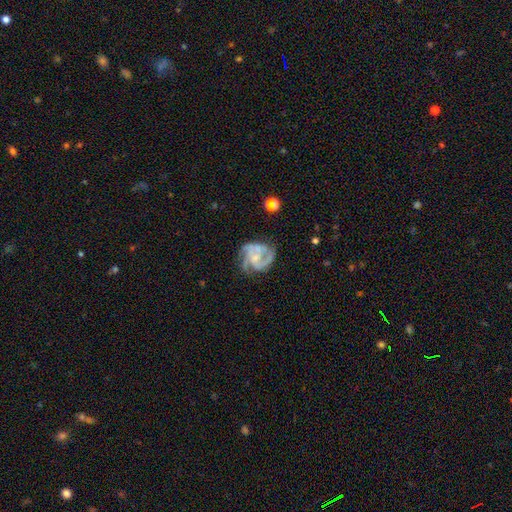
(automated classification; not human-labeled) A featured or disk galaxy (83%) with no bar (66%), 3 (46%) medium (45%) spiral arms (93%) and a small central bulge (47%).

Vote fractions:
- Smooth or featured? featured or disk: 83% / smooth: 11% / star or artifact: 6%
- Edge-on disk? no: 98% / yes: 2%
- Bar? no: 66% / weak: 28% / strong: 6%
- Spiral arms? yes: 93% / no: 7%
- Spiral winding? medium: 45% / tight: 42% / loose: 13%
- Spiral arm count? 3: 46% / 2: 17% / can't tell: 16% / 4: 11% / 1: 5% / more than 4: 5%
- Bulge size? small: 47% / moderate: 30% / none: 19% / large: 3% / dominant: 1%
- Merging? none: 58% / minor disturbance: 23% / major disturbance: 17% / merger: 3%